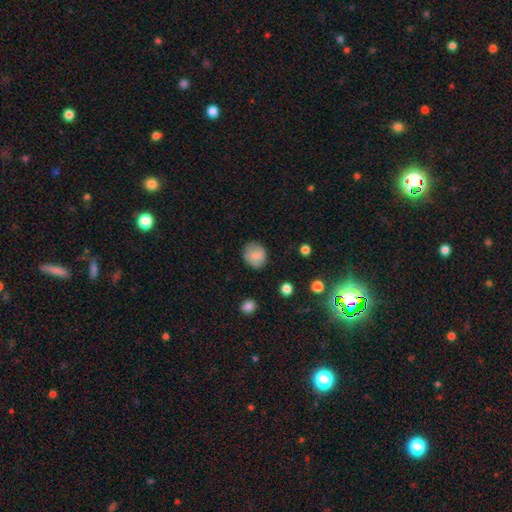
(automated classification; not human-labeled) Smooth or featured: smooth — 82% (featured or disk — 10%)
How rounded: round — 80% (in between — 19%)
Merging: none — 82% (minor disturbance — 14%)